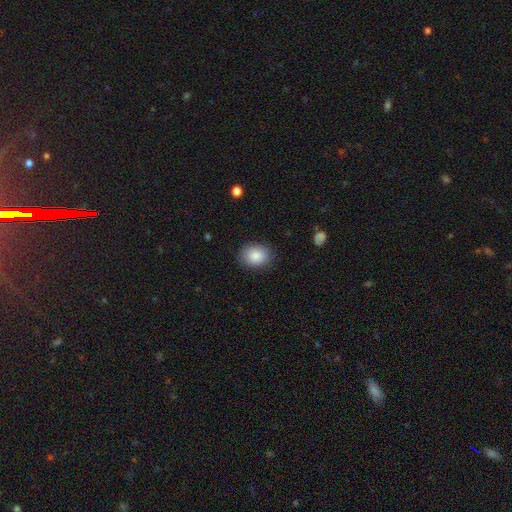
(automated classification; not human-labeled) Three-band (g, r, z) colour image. It shows a smooth galaxy with no disk features (87%) that is in between round and cigar-shaped (61%). Merging: none (85%).